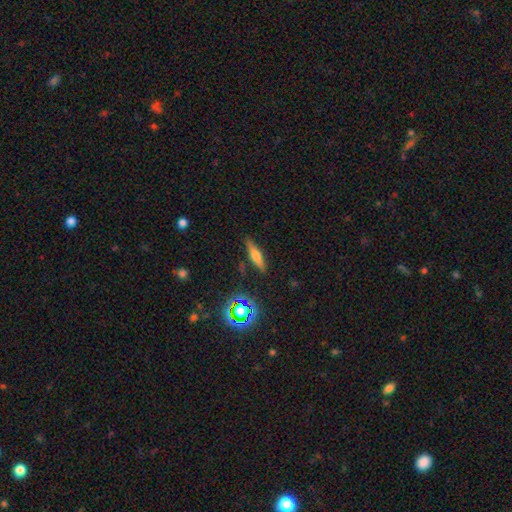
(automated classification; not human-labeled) Morphology: type=smooth (46%); merging=none (86%).